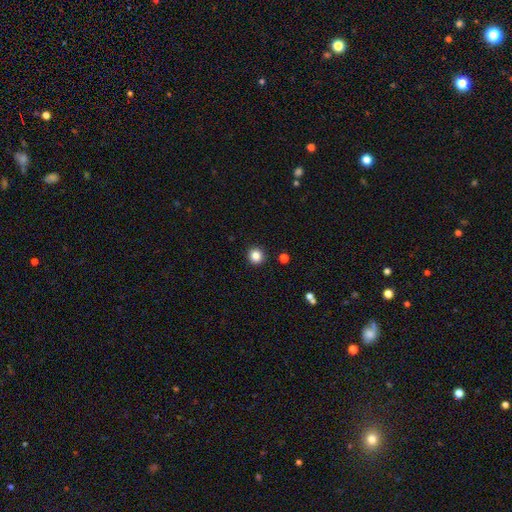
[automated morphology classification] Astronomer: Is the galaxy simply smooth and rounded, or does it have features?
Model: smooth — 85%.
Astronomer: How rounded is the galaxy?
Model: round — 94%.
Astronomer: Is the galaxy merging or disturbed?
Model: none — 93%.